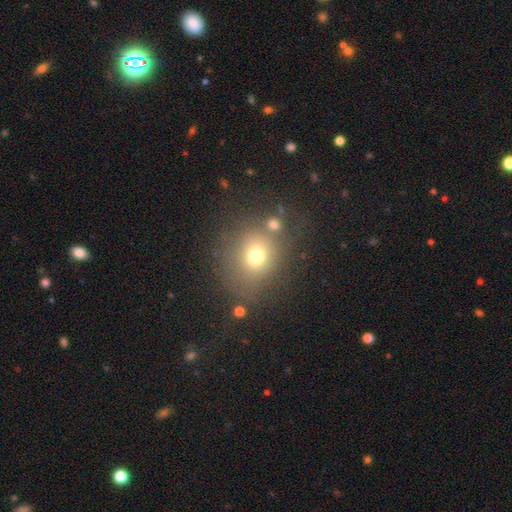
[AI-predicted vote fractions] Smooth or featured: smooth — 70% (star or artifact — 17%)
How rounded: round — 77% (in between — 22%)
Merging: none — 63% (minor disturbance — 16%)